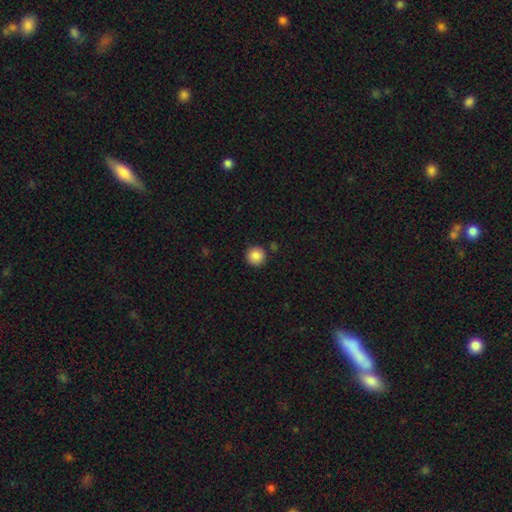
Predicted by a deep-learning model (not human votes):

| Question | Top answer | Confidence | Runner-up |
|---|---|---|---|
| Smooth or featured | smooth | 87% | star or artifact (9%) |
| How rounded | round | 95% | in between (4%) |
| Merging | none | 89% | minor disturbance (6%) |